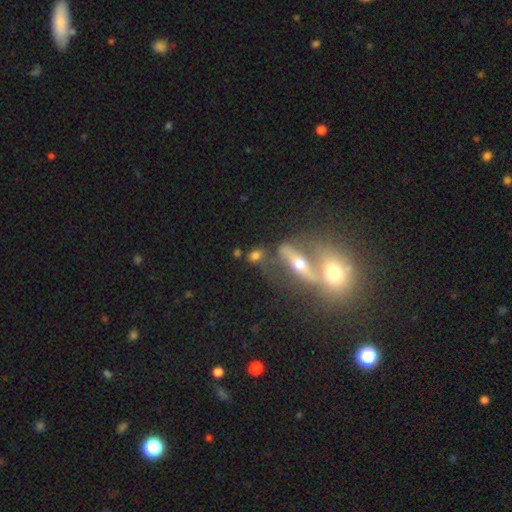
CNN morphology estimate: Smooth or featured?
  - smooth: 49% *
  - featured or disk: 39%
  - star or artifact: 12%
Merging?
  - none: 57% *
  - merger: 19%
  - minor disturbance: 14%
  - major disturbance: 9%